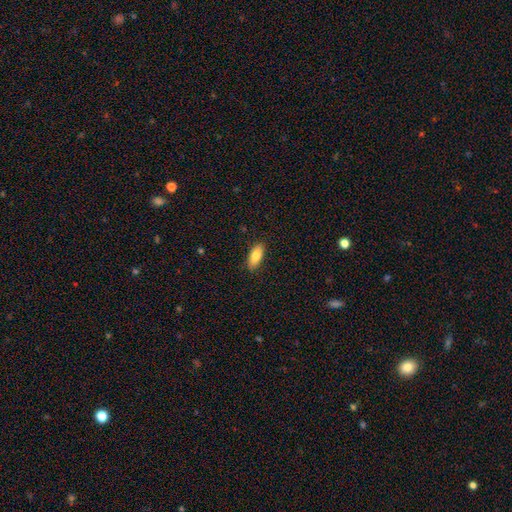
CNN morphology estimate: Smooth or featured? smooth (83%)
How rounded? in between (82%)
Merging? none (87%)